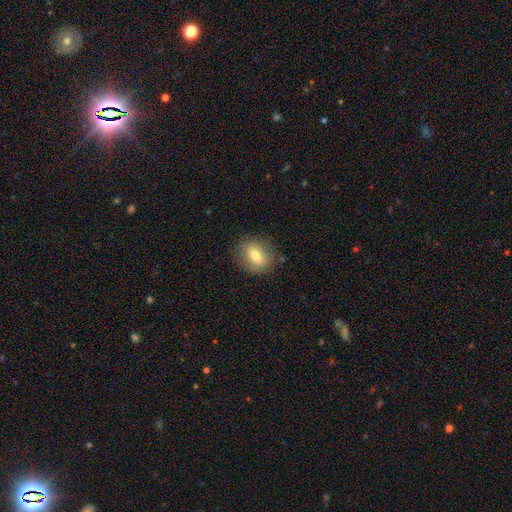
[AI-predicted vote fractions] Q: Smooth or featured?
A: smooth (66%); runner-up: featured or disk (25%)
Q: How rounded?
A: round (52%); runner-up: in between (46%)
Q: Merging?
A: none (82%); runner-up: minor disturbance (13%)